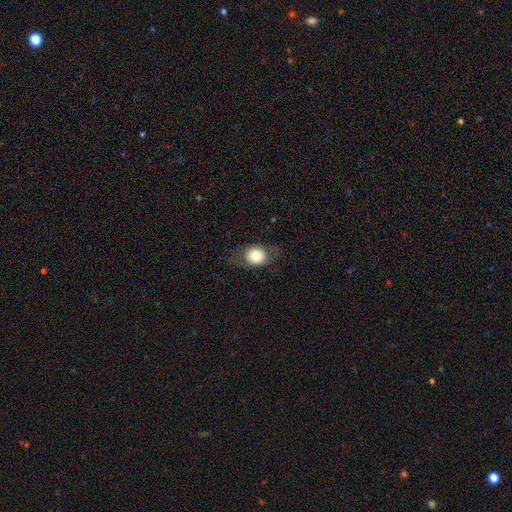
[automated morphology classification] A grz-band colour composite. It shows a smooth galaxy with no disk features (72%) that is round (59%). Merging: none (77%).